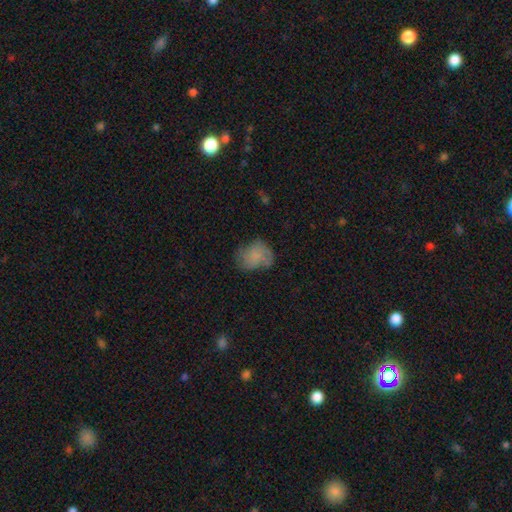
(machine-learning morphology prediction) Smooth or featured: smooth — 65% (featured or disk — 25%)
How rounded: in between — 54% (round — 45%)
Merging: none — 51% (minor disturbance — 29%)